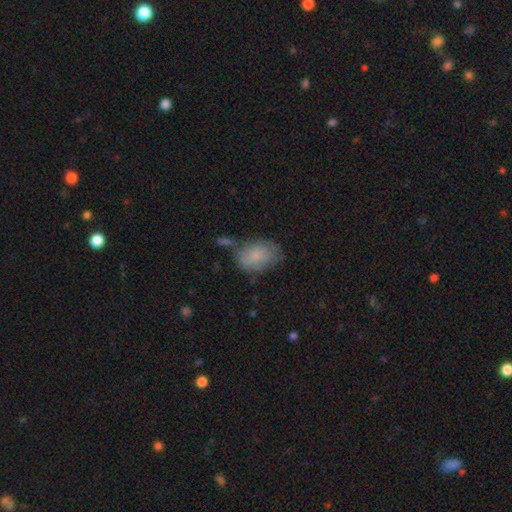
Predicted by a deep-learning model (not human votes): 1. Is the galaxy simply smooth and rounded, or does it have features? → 76% smooth, 17% featured or disk, 7% star or artifact.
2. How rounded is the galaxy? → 85% in between, 14% round, 1% cigar-shaped.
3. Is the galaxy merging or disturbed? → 53% none, 28% minor disturbance, 10% major disturbance, 10% merger.